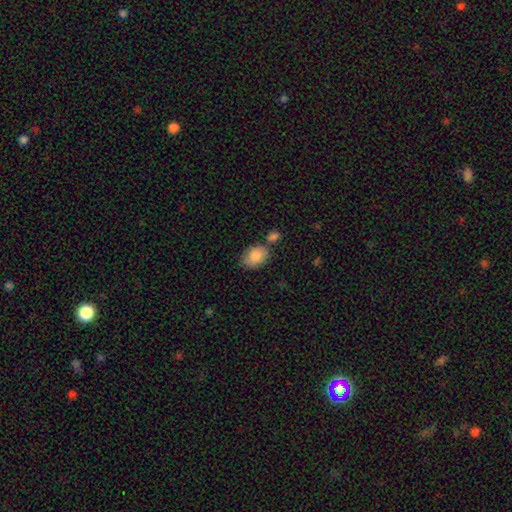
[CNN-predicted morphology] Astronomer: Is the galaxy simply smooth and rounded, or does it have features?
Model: smooth — 86%.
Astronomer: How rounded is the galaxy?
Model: in between — 79%.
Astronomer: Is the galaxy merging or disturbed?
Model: none — 64%.